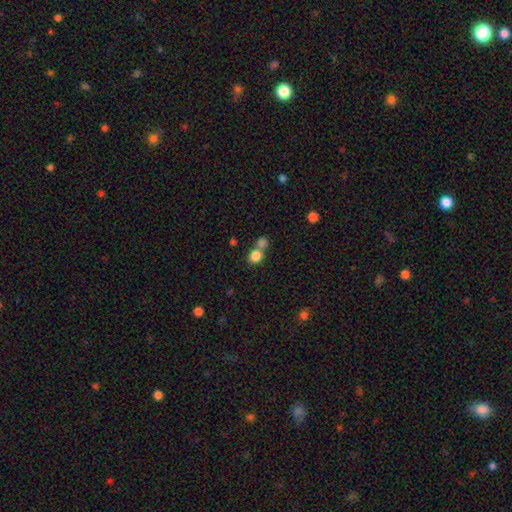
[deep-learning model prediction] smooth 83%, star or artifact 10%, featured or disk 7%. Down the decision tree: how rounded — round (72%); merging — merger (49%).